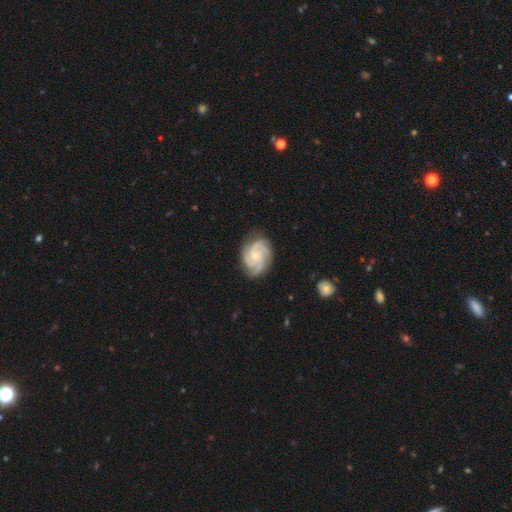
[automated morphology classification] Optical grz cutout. It shows a featured or disk galaxy (89%) with no bar (74%), 3 (58%) tight (57%) spiral arms (98%) and a small central bulge (69%). Merging: none (79%).